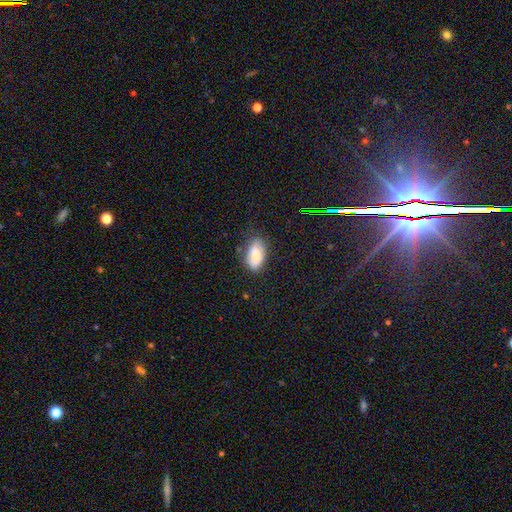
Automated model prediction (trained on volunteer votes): Smooth or featured?
  - smooth: 81% *
  - featured or disk: 11%
  - star or artifact: 8%
How rounded?
  - in between: 92% *
  - round: 4%
  - cigar-shaped: 4%
Merging?
  - none: 72% *
  - minor disturbance: 21%
  - major disturbance: 5%
  - merger: 2%